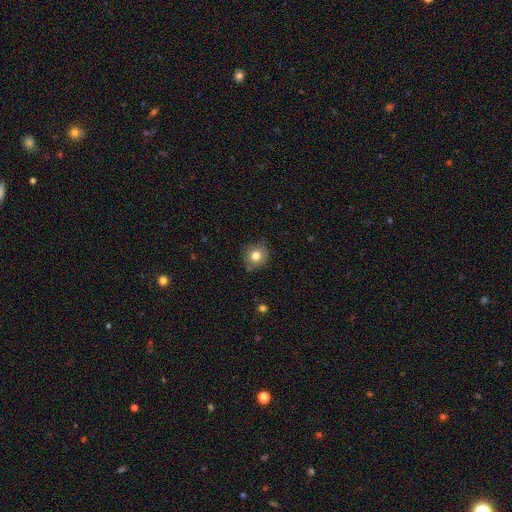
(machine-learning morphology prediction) Smooth or featured?
  - smooth: 77% *
  - featured or disk: 13%
  - star or artifact: 10%
How rounded?
  - round: 85% *
  - in between: 14%
  - cigar-shaped: 1%
Merging?
  - none: 78% *
  - minor disturbance: 17%
  - major disturbance: 3%
  - merger: 1%